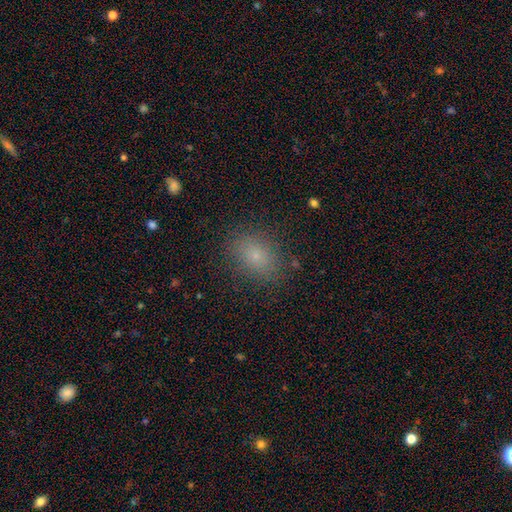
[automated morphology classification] The model was most divided on "how rounded": in between: 69%, round: 29%, cigar-shaped: 2%. More confident: merging — none (84%); smooth or featured — smooth (76%).